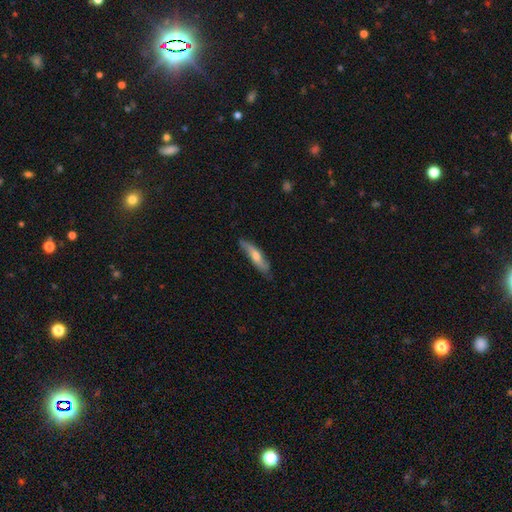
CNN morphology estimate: smooth 47% (tied), featured or disk 47% (tied), star or artifact 6%. Down the decision tree: merging — none (75%).